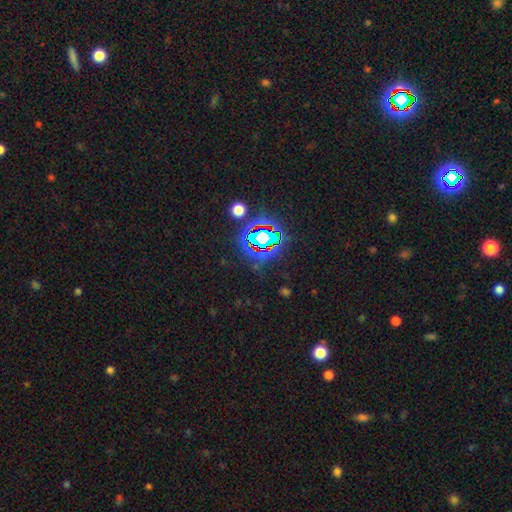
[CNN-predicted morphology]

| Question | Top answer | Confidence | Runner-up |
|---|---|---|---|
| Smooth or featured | star or artifact | 82% | smooth (10%) |